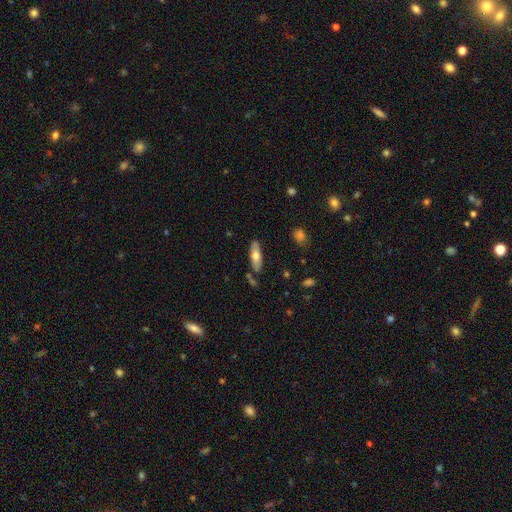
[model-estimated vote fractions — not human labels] Smooth or featured: smooth — 63% (featured or disk — 30%)
How rounded: in between — 54% (cigar-shaped — 43%)
Merging: none — 80% (minor disturbance — 13%)